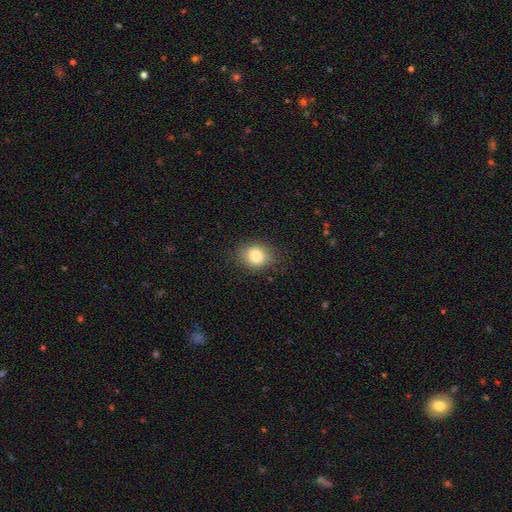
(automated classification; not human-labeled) Morphology: type=smooth (80%); roundness=round (54%); merging=none (81%).